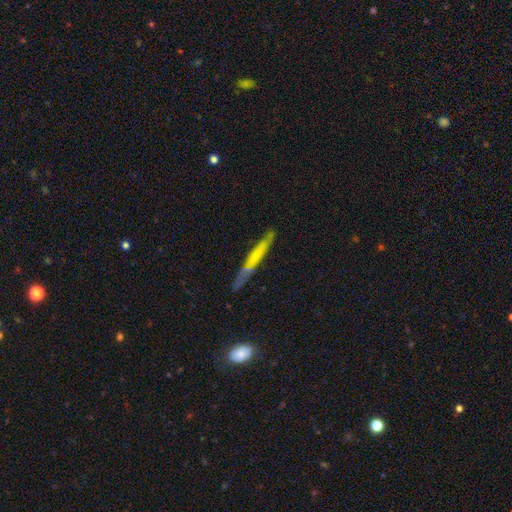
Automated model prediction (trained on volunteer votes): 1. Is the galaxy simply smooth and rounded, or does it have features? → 52% featured or disk, 41% smooth, 7% star or artifact.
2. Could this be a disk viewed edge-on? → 88% yes, 12% no.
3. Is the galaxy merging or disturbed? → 77% none, 16% minor disturbance, 4% major disturbance, 3% merger.